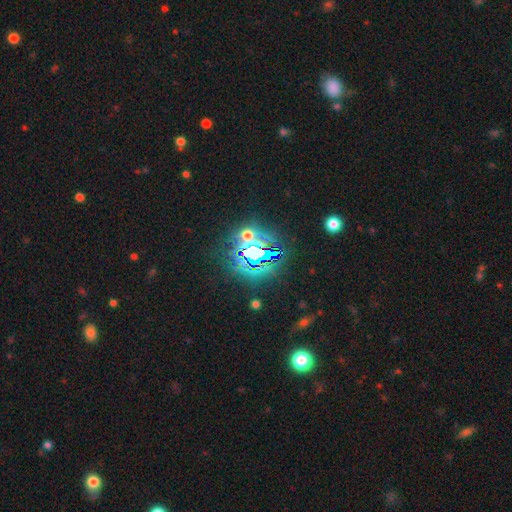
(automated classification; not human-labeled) Overall: star or artifact (84%).